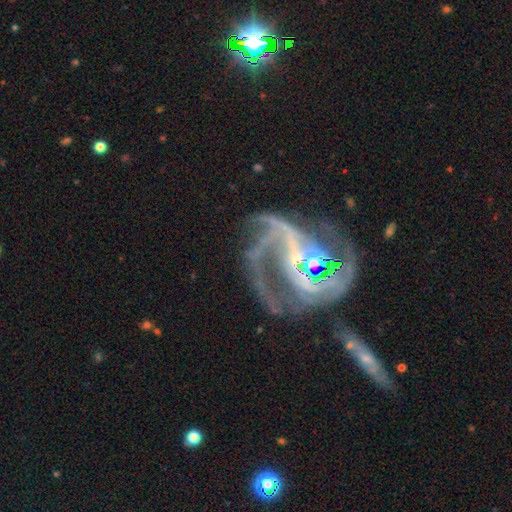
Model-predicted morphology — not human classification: Smooth or featured?
  - featured or disk: 85% *
  - star or artifact: 9%
  - smooth: 6%
Edge-on disk?
  - no: 96% *
  - yes: 4%
Bar?
  - weak: 38% *
  - strong: 35%
  - no: 27%
Spiral arms?
  - yes: 91% *
  - no: 9%
Spiral winding?
  - medium: 45% *
  - loose: 35%
  - tight: 20%
Spiral arm count?
  - 2: 53% *
  - 1: 14%
  - can't tell: 13%
  - 3: 11%
  - 4: 4%
  - more than 4: 4%
Bulge size?
  - moderate: 45% *
  - small: 35%
  - large: 9%
  - none: 8%
  - dominant: 2%
Merging?
  - major disturbance: 33% *
  - merger: 27%
  - none: 27%
  - minor disturbance: 13%